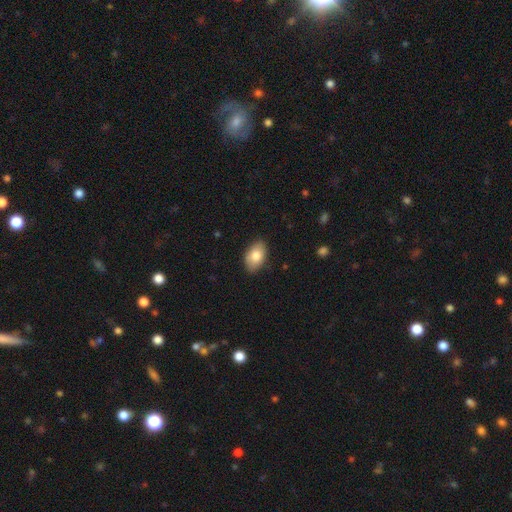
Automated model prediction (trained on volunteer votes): smooth-or-featured: smooth: 81% | featured or disk: 13% | star or artifact: 7%
  how-rounded: in between: 91% | round: 8% | cigar-shaped: 1%
  merging: none: 86% | minor disturbance: 11% | major disturbance: 2% | merger: 1%